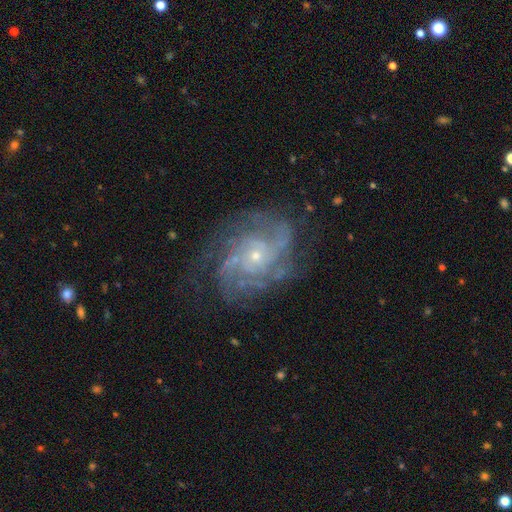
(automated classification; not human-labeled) This is clearly a featured or disk galaxy (88%). It is clearly not viewed edge-on (97%). Bar: likely no (76%). Spiral arm pattern: clearly yes (97%). Spiral arm count: marginally can't tell (23%, tied with 3). Spiral winding: possibly tight (51%). Central bulge: likely small (77%). Merging: likely none (71%).